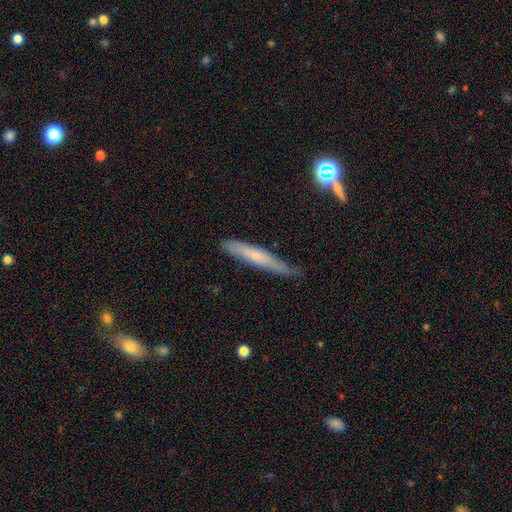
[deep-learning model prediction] A smooth galaxy with no disk features (52%) that is cigar-shaped (93%). Merging: none (69%).